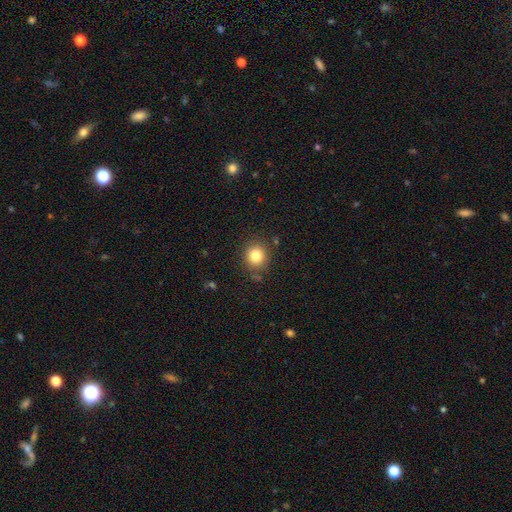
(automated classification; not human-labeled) Smooth or featured?
  - smooth: 82% *
  - star or artifact: 12%
  - featured or disk: 6%
How rounded?
  - round: 86% *
  - in between: 13%
  - cigar-shaped: 1%
Merging?
  - none: 85% *
  - minor disturbance: 9%
  - major disturbance: 3%
  - merger: 2%